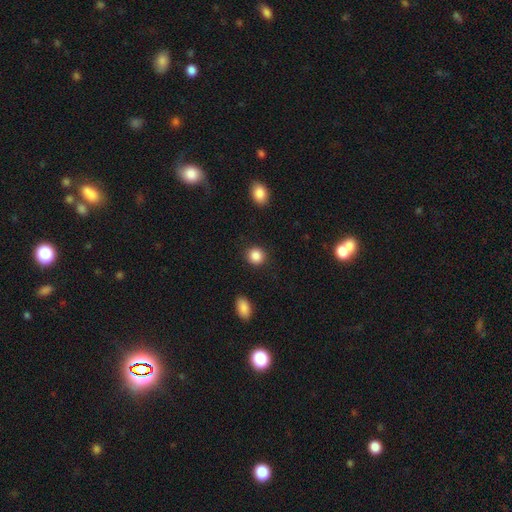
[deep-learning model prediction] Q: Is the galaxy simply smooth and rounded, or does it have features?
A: smooth — 88%.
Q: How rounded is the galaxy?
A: round — 85%.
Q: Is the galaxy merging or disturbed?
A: none — 90%.